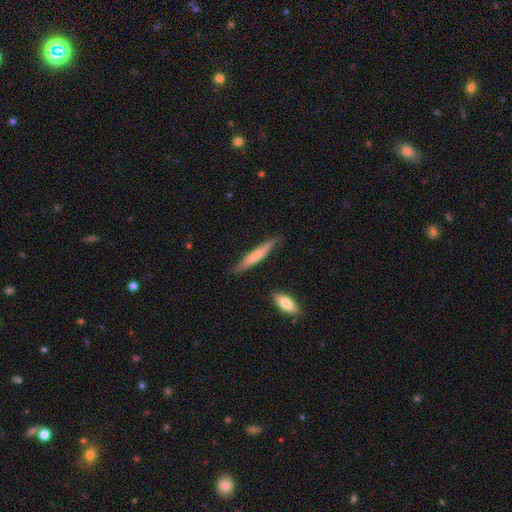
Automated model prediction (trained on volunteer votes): A smooth galaxy with no disk features (63%) that is cigar-shaped (92%). Merging: none (80%).